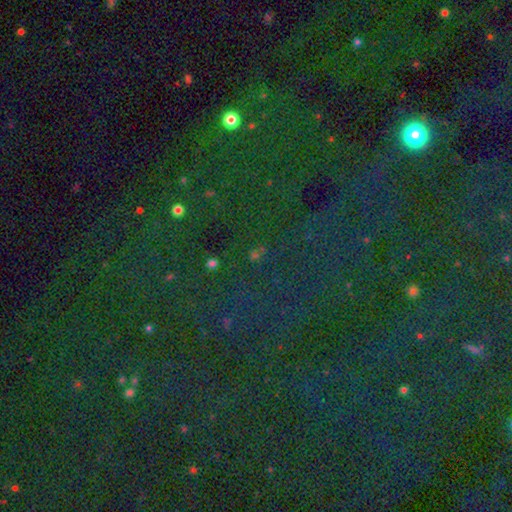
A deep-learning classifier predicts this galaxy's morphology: Smooth or featured? star or artifact (74%)